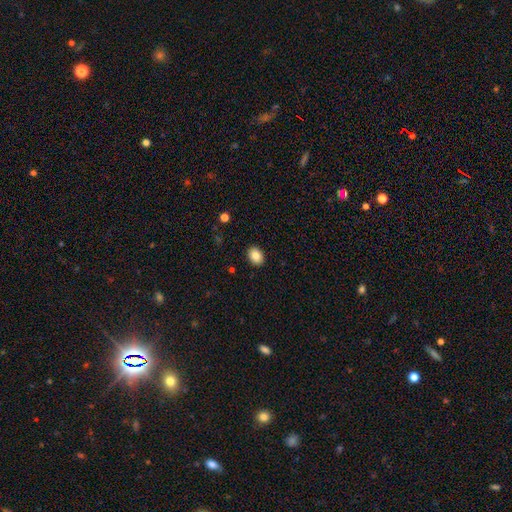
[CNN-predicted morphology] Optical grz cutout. It shows a smooth galaxy with no disk features (85%) that is in between round and cigar-shaped (68%). Merging: none (90%).